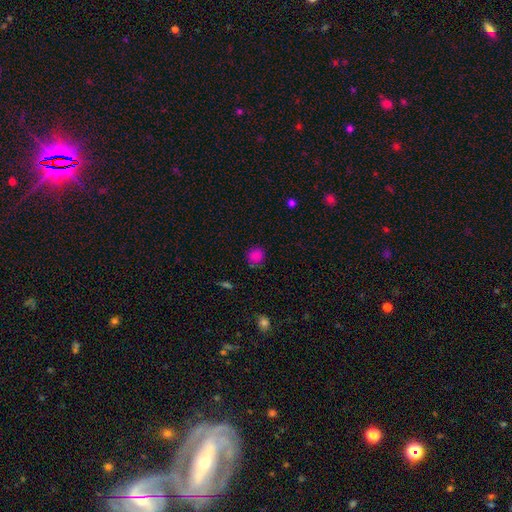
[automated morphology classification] smooth_or_featured: smooth (p=0.82) [alt: star or artifact p=0.14]
how_rounded: round (p=0.83) [alt: in between p=0.15]
merging: none (p=0.81) [alt: minor disturbance p=0.14]